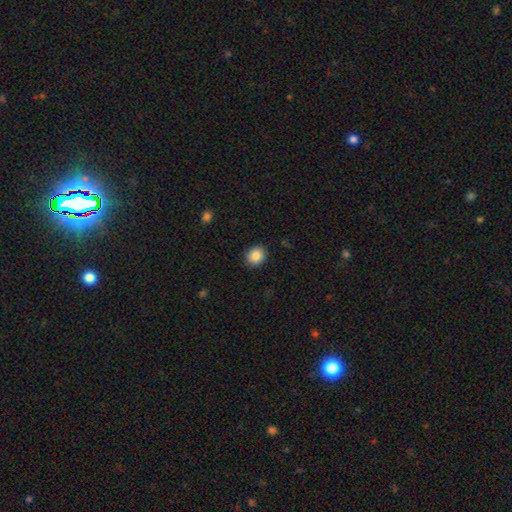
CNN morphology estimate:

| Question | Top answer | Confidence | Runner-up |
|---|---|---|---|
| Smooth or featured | smooth | 86% | star or artifact (9%) |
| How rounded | round | 74% | in between (25%) |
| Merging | none | 89% | minor disturbance (8%) |